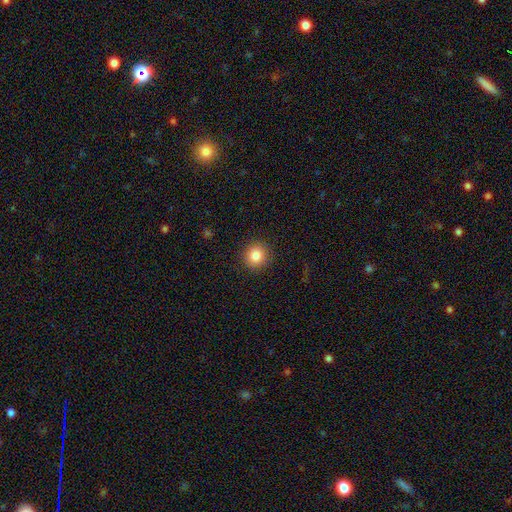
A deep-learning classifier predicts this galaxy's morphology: Smooth or featured: smooth — 84% (star or artifact — 10%)
How rounded: round — 91% (in between — 8%)
Merging: none — 91% (minor disturbance — 6%)